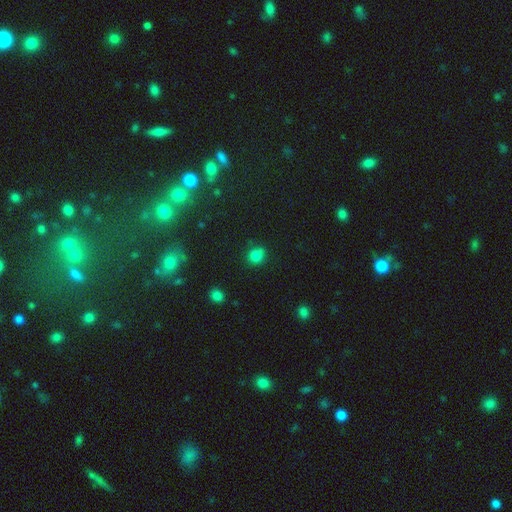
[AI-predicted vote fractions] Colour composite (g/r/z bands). It shows a smooth galaxy with no disk features (80%) that is round (81%). Merging: none (74%).